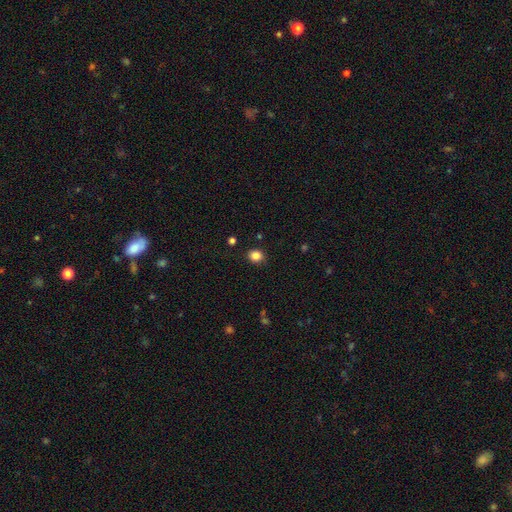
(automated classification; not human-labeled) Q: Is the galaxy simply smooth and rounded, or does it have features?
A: smooth — 85%.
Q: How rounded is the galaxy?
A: round — 63%.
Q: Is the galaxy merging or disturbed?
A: none — 88%.